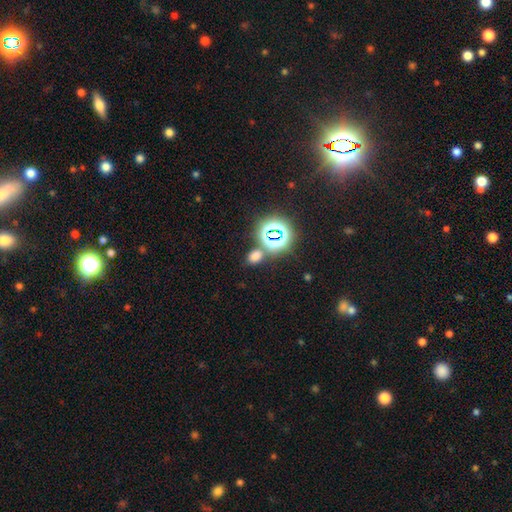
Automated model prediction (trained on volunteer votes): A smooth galaxy with no disk features (62%) that is in between round and cigar-shaped (65%). Merging: none (73%).